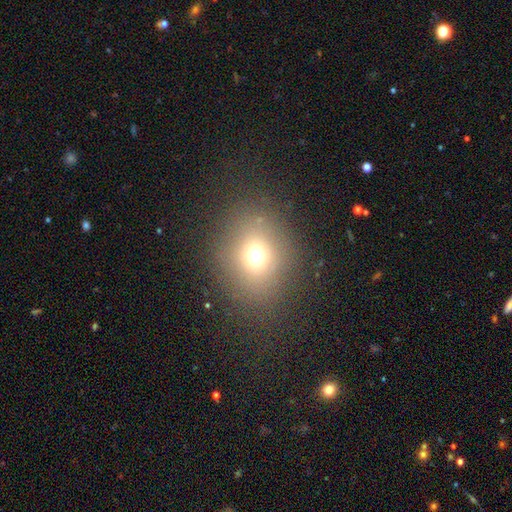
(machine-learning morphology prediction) Smooth or featured: smooth — 67% (star or artifact — 22%)
How rounded: round — 70% (in between — 28%)
Merging: none — 81% (minor disturbance — 10%)